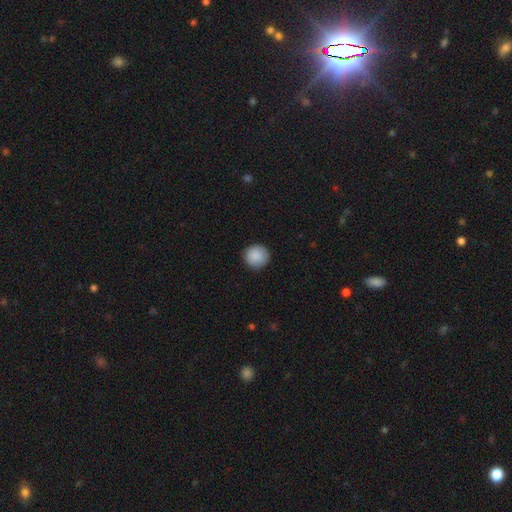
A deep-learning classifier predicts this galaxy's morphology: smooth 90%, star or artifact 7%, featured or disk 4%. Down the decision tree: how rounded — round (95%); merging — none (90%).